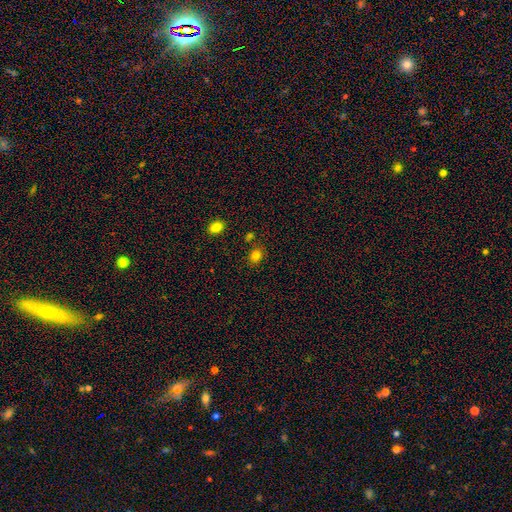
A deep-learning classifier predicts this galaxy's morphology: smooth-or-featured: smooth: 82% | star or artifact: 13% | featured or disk: 5%
  how-rounded: round: 58% | in between: 42% | cigar-shaped: 1%
  merging: none: 80% | minor disturbance: 11% | merger: 6% | major disturbance: 3%